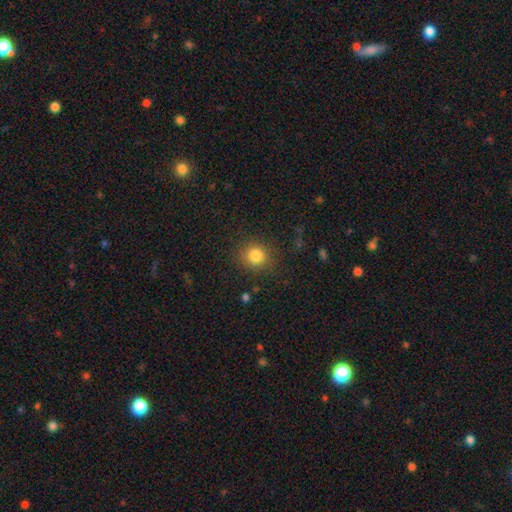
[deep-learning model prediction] This appears to be a smooth galaxy with no disk features (82%) that is round (84%). Merging: none (85%).